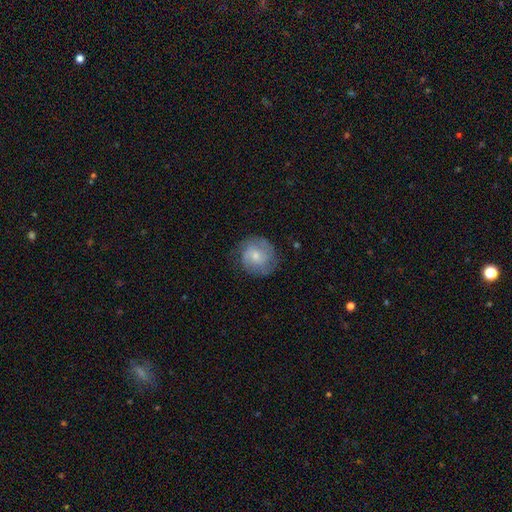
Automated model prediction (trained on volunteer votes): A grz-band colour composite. It shows a smooth galaxy with no disk features (47%). Merging: none (72%).